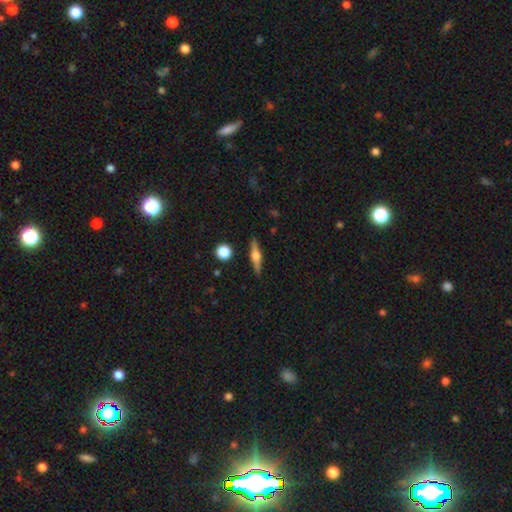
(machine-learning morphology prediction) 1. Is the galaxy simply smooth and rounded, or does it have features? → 70% featured or disk, 23% smooth, 7% star or artifact.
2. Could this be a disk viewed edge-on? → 97% yes, 3% no.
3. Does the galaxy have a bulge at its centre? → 89% rounded, 8% boxy, 2% none.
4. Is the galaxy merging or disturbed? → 90% none, 7% minor disturbance, 2% major disturbance, 2% merger.